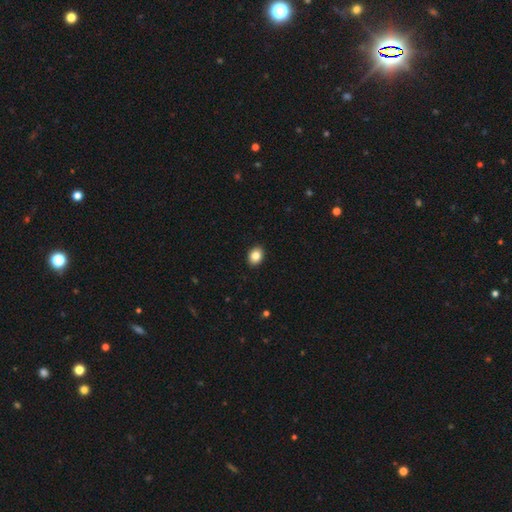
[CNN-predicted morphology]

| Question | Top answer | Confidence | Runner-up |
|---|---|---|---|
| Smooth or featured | smooth | 86% | star or artifact (9%) |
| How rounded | in between | 62% | round (37%) |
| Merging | none | 91% | minor disturbance (6%) |